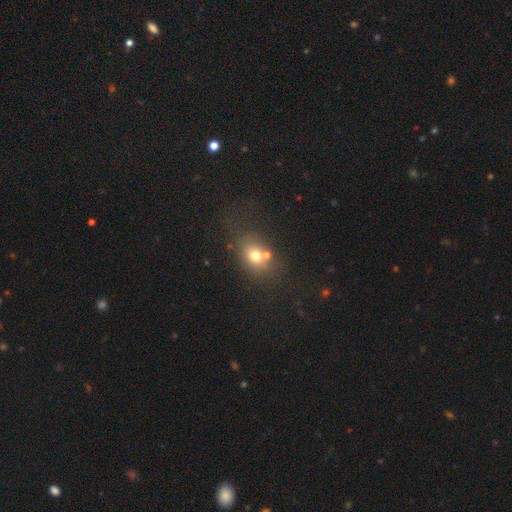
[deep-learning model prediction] Overall: smooth (69%). How rounded: in between (51%; round 47%). Merging: none (56%; merger 23%).